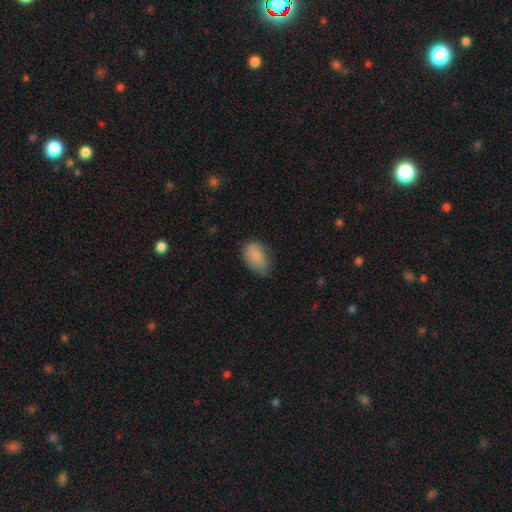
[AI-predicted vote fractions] Smooth or featured? smooth (86%)
How rounded? in between (90%)
Merging? none (60%)